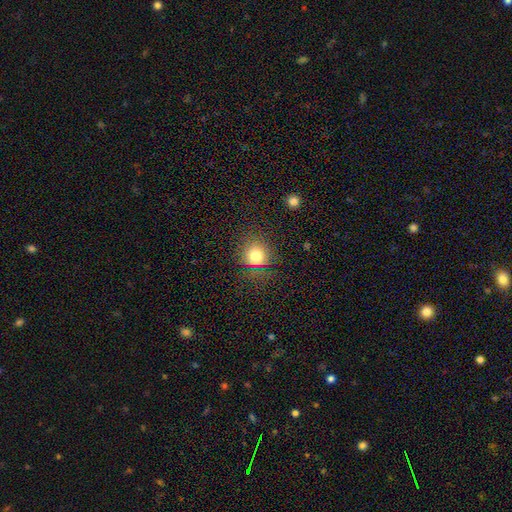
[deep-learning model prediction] Morphology: type=smooth (75%); roundness=round (88%); merging=none (83%).